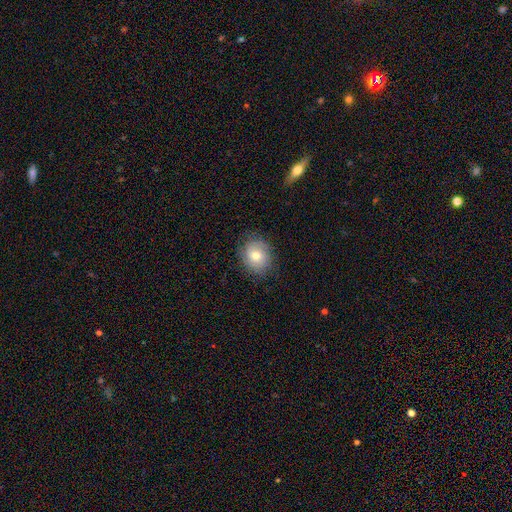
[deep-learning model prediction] Smooth or featured? Predicted: smooth (p=0.65). How rounded? Predicted: round (p=0.66). Merging? Predicted: none (p=0.79).